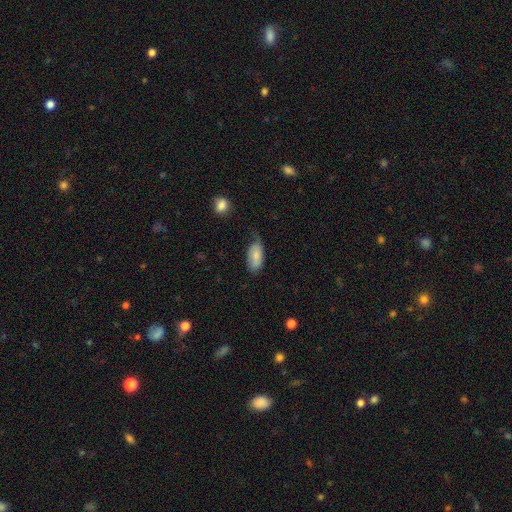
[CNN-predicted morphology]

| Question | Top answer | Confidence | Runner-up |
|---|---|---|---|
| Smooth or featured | smooth | 78% | featured or disk (16%) |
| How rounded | in between | 92% | cigar-shaped (5%) |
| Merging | none | 45% | minor disturbance (39%) |